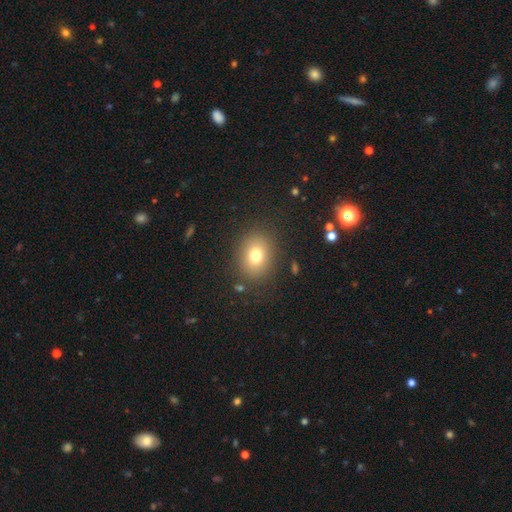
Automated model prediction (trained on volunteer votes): Q: Smooth or featured?
A: smooth (76%); runner-up: star or artifact (13%)
Q: How rounded?
A: in between (53%); runner-up: round (47%)
Q: Merging?
A: none (85%); runner-up: minor disturbance (9%)